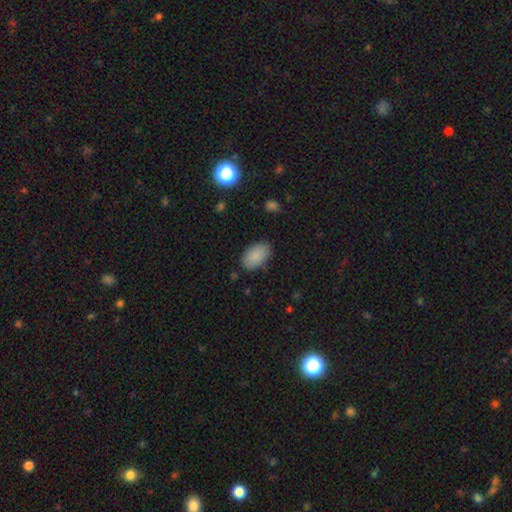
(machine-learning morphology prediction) Overall: smooth (88%). How rounded: in between (93%). Merging: none (84%).